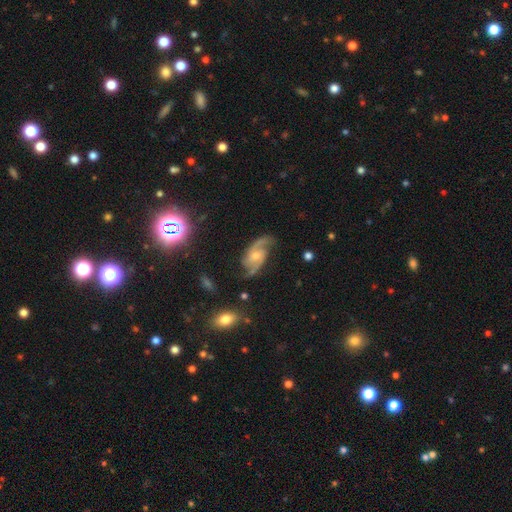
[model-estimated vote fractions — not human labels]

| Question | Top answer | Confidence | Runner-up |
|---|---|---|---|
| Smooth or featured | featured or disk | 88% | smooth (6%) |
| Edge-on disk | no | 97% | yes (3%) |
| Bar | no | 56% | weak (37%) |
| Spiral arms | yes | 97% | no (3%) |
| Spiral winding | medium | 49% | loose (37%) |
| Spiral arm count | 2 | 91% | can't tell (3%) |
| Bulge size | moderate | 48% | small (43%) |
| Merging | none | 73% | minor disturbance (17%) |